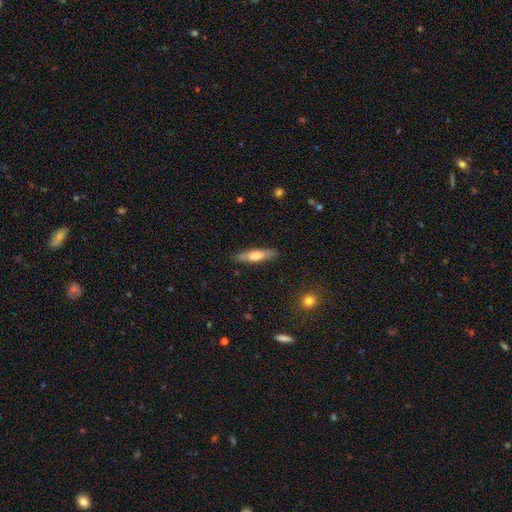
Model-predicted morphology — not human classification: Overall: smooth (58%; featured or disk 36%). How rounded: cigar-shaped (73%). Merging: none (86%).